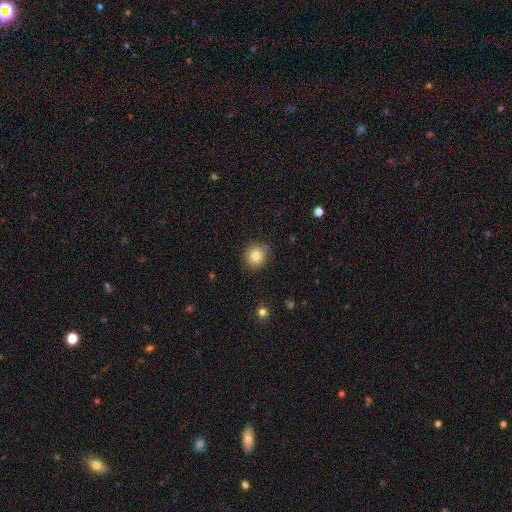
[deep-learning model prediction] smooth 81%, star or artifact 11%, featured or disk 8%. Down the decision tree: how rounded — round (89%); merging — none (85%).